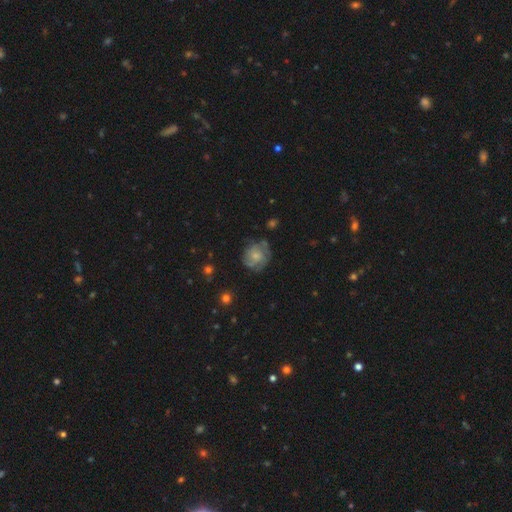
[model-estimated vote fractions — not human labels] Smooth or featured: featured or disk — 52% (smooth — 39%)
Edge-on disk: no — 97% (yes — 3%)
Bar: no — 75% (weak — 22%)
Spiral arms: yes — 75% (no — 25%)
Bulge size: small — 48% (moderate — 37%)
Merging: none — 64% (minor disturbance — 23%)